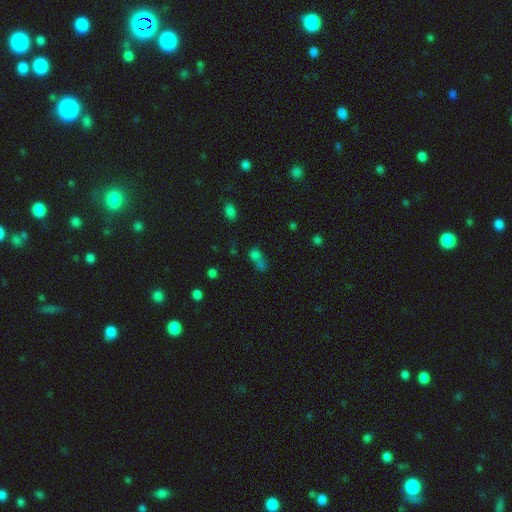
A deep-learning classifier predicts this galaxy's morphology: Q: Smooth or featured?
A: smooth (68%); runner-up: star or artifact (20%)
Q: How rounded?
A: in between (54%); runner-up: round (39%)
Q: Merging?
A: merger (49%); runner-up: none (29%)